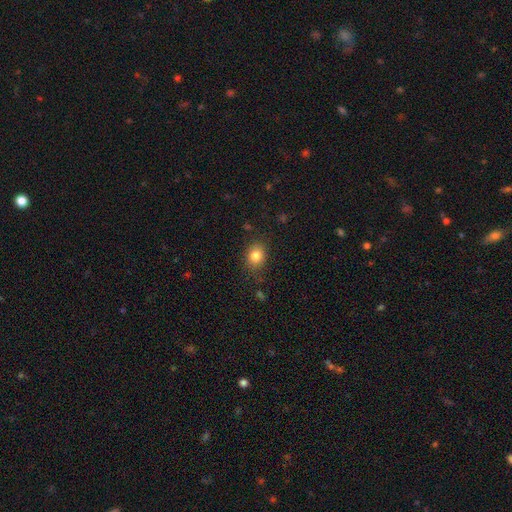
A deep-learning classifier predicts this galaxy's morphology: Smooth or featured?
  - smooth: 84% *
  - star or artifact: 10%
  - featured or disk: 6%
How rounded?
  - round: 54% *
  - in between: 45%
  - cigar-shaped: 1%
Merging?
  - none: 81% *
  - minor disturbance: 14%
  - major disturbance: 4%
  - merger: 2%